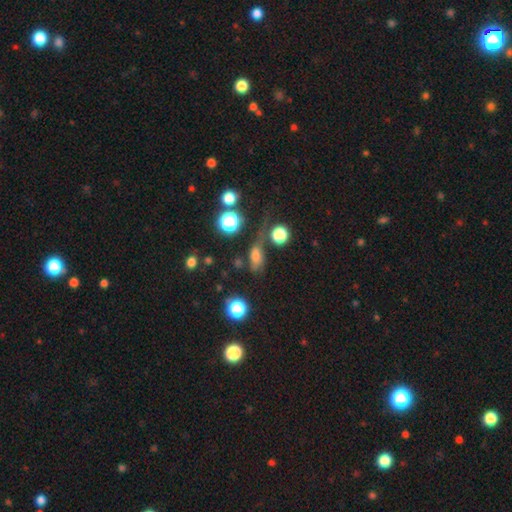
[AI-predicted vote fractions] Overall: smooth (63%). How rounded: in between (68%). Merging: none (49%; minor disturbance 22%).